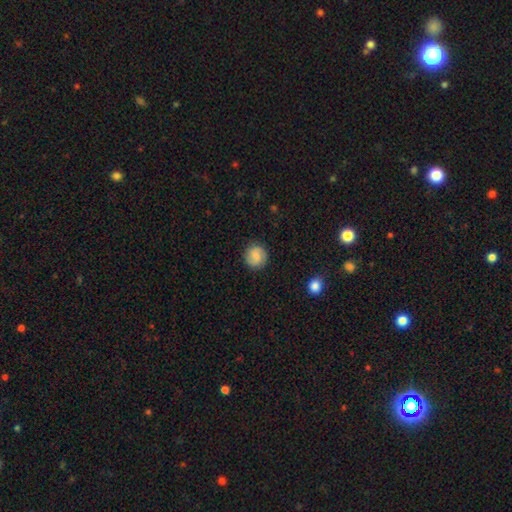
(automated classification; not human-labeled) smooth 65%, featured or disk 27%, star or artifact 8%. Down the decision tree: how rounded — round (90%); merging — none (88%).